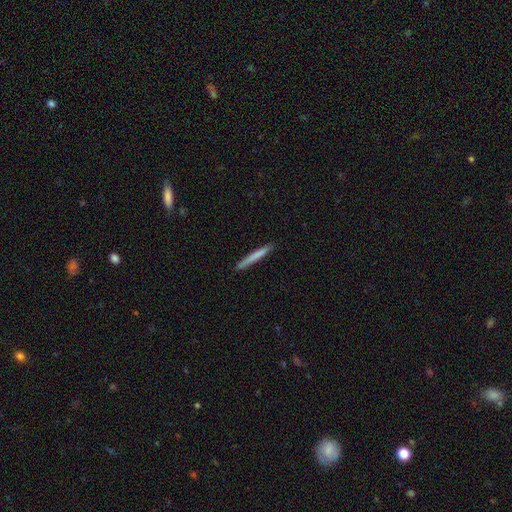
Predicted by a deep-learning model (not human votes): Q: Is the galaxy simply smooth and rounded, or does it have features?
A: smooth — 70%.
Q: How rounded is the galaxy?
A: cigar-shaped — 97%.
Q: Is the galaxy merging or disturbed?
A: none — 90%.